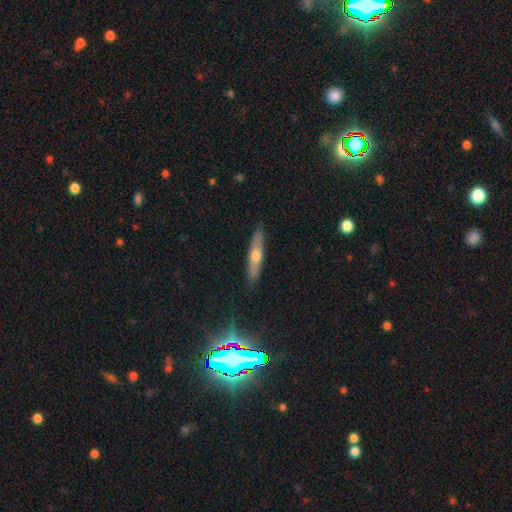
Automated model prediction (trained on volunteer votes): This is possibly a featured or disk galaxy (50%). Merging: clearly none (88%).